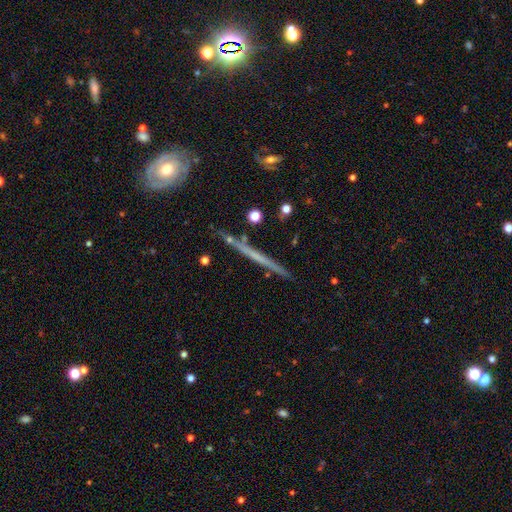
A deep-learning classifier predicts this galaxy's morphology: Smooth or featured?
  - featured or disk: 65% *
  - smooth: 29%
  - star or artifact: 6%
Edge-on disk?
  - yes: 96% *
  - no: 4%
Edge-on bulge?
  - none: 86% *
  - rounded: 10%
  - boxy: 4%
Merging?
  - none: 86% *
  - minor disturbance: 10%
  - merger: 2%
  - major disturbance: 2%